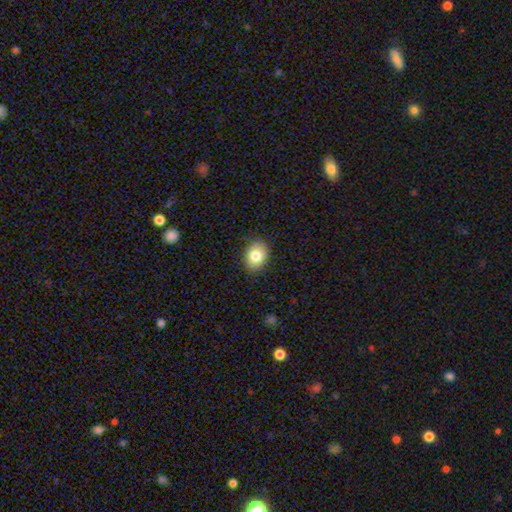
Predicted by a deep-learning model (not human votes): A smooth galaxy with no disk features (82%) that is in between round and cigar-shaped (66%).

Vote fractions:
- Smooth or featured? smooth: 82% / featured or disk: 10% / star or artifact: 8%
- How rounded? in between: 66% / round: 33% / cigar-shaped: 1%
- Merging? none: 88% / minor disturbance: 9% / major disturbance: 2% / merger: 1%